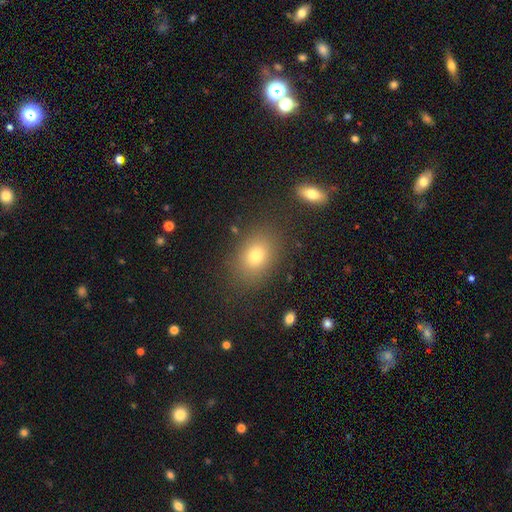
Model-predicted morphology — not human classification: Overall: smooth (77%). How rounded: in between (70%). Merging: none (83%).